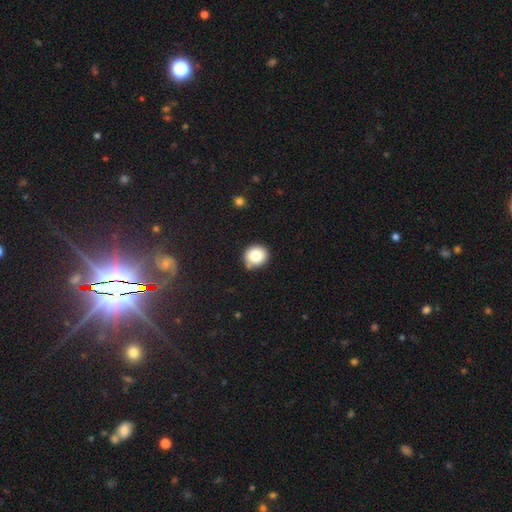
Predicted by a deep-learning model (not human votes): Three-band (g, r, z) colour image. It shows a smooth galaxy with no disk features (82%) that is round (85%). Merging: none (80%).